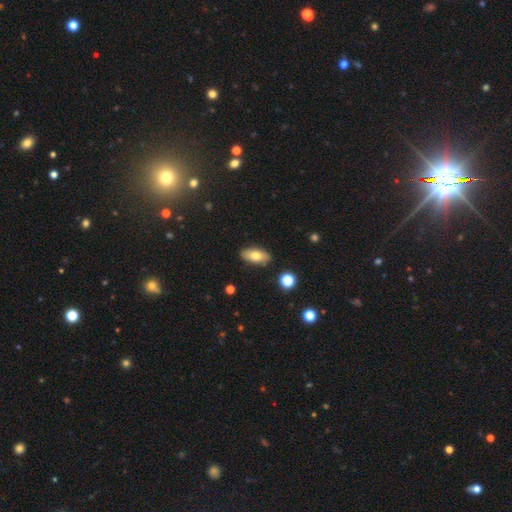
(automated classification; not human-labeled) The model was most divided on "smooth or featured": smooth: 73%, featured or disk: 19%, star or artifact: 8%. More confident: how rounded — in between (89%); merging — none (87%).